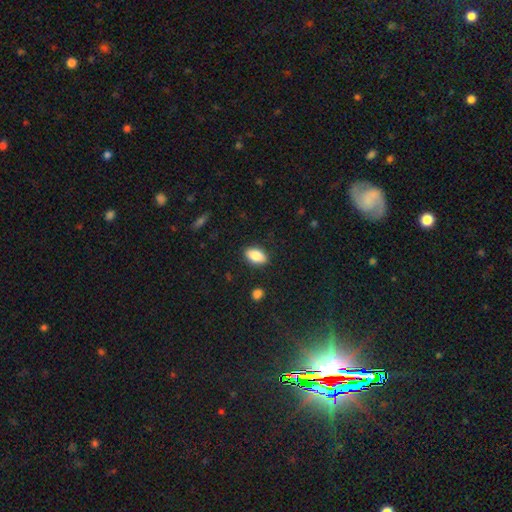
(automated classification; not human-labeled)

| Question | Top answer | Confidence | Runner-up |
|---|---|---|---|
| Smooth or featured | smooth | 85% | featured or disk (8%) |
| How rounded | in between | 91% | round (5%) |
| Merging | none | 87% | minor disturbance (9%) |